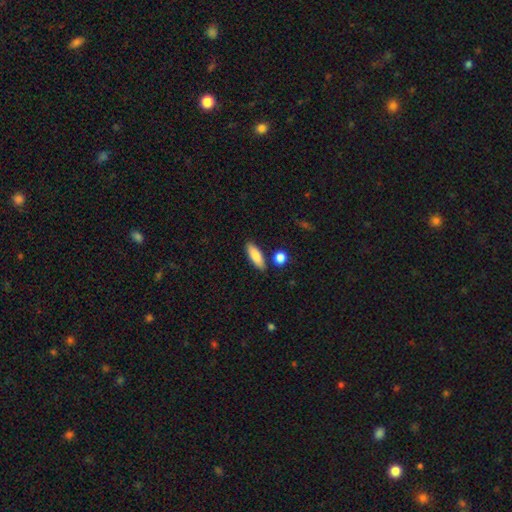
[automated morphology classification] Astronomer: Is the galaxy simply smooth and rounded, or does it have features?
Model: smooth — 83%.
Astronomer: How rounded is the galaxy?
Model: in between — 61% (runner-up: cigar-shaped, 36%).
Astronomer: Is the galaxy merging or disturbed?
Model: none — 83%.